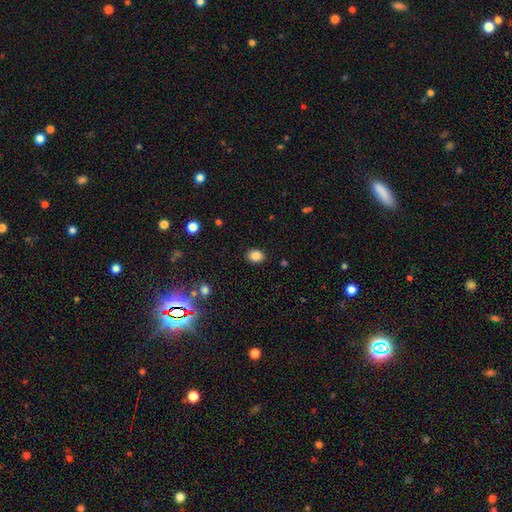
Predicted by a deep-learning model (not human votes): Smooth or featured? Predicted: smooth (p=0.85). How rounded? Predicted: in between (p=0.56). Merging? Predicted: none (p=0.89).